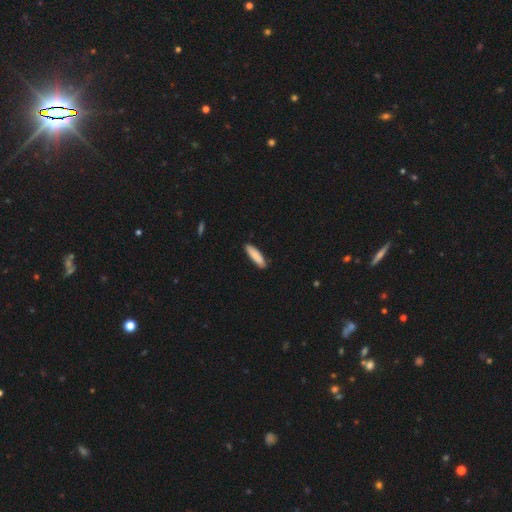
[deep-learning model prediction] This appears to be a smooth galaxy with no disk features (86%) that is cigar-shaped (70%). Merging: none (87%).